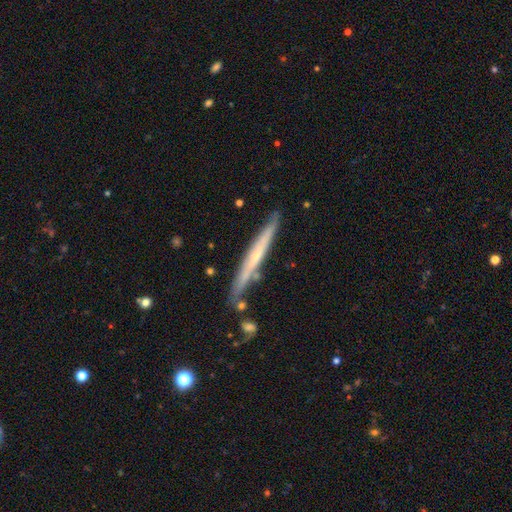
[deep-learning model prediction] smooth_or_featured: featured or disk (p=0.60) [alt: smooth p=0.35]
disk_edge_on: yes (p=0.94) [alt: no p=0.06]
edge_on_bulge: none (p=0.60) [alt: rounded p=0.35]
merging: none (p=0.78) [alt: minor disturbance p=0.14]